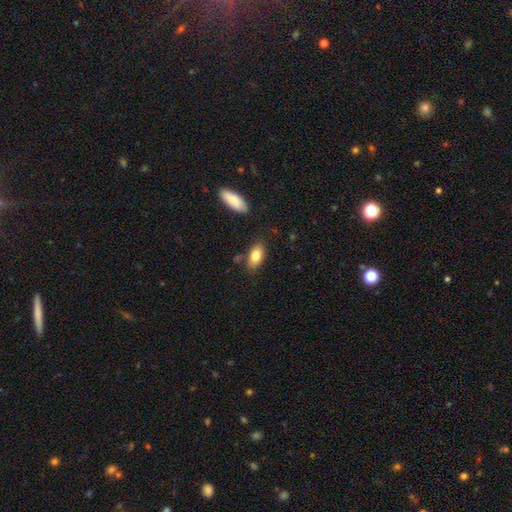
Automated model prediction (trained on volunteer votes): This is clearly a smooth galaxy (81%). How rounded: clearly in between (89%). Merging: likely none (78%).